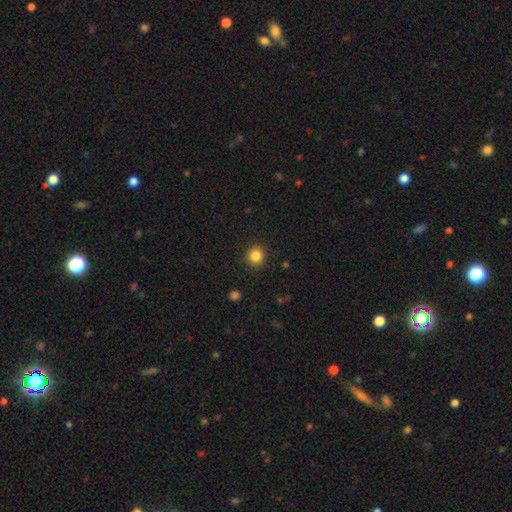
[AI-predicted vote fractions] Overall: smooth (85%). How rounded: round (92%). Merging: none (91%).